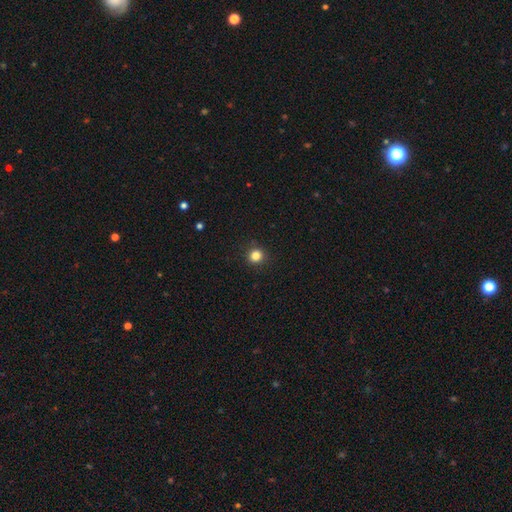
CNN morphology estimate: This appears to be a smooth galaxy with no disk features (84%) that is round (92%). Merging: none (91%).